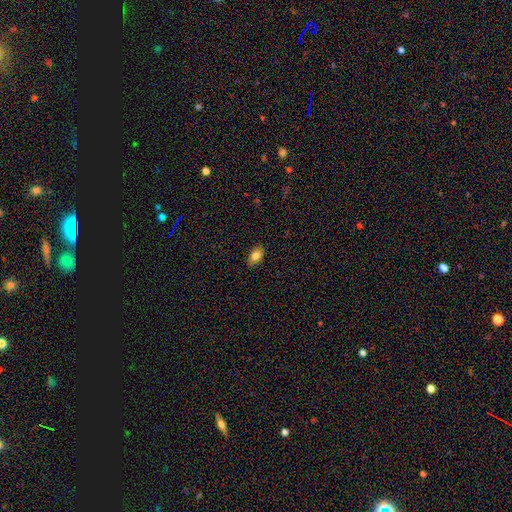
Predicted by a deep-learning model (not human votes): smooth_or_featured: smooth (p=0.83) [alt: star or artifact p=0.08]
how_rounded: in between (p=0.87) [alt: round p=0.10]
merging: none (p=0.86) [alt: minor disturbance p=0.11]